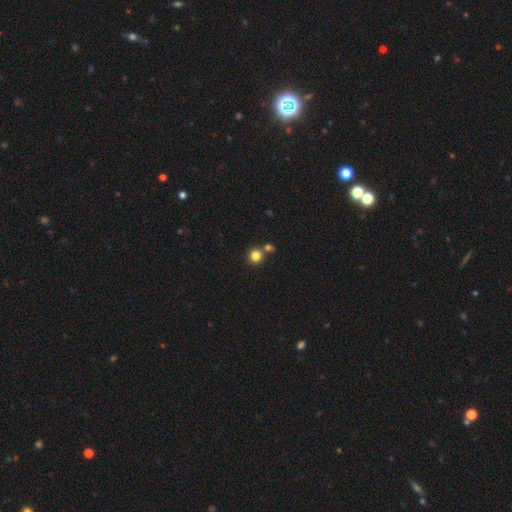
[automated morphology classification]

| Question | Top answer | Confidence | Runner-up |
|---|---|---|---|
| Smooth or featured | smooth | 83% | star or artifact (12%) |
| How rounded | round | 93% | in between (6%) |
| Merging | none | 69% | merger (21%) |